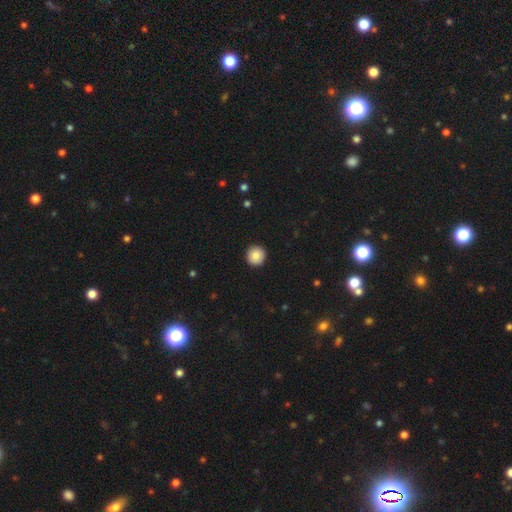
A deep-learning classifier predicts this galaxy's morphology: Smooth or featured? Predicted: smooth (p=0.88). How rounded? Predicted: round (p=0.95). Merging? Predicted: none (p=0.93).